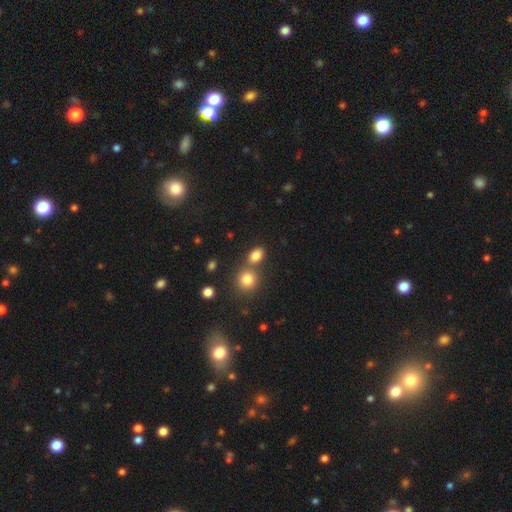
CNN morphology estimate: Smooth or featured? smooth (82%)
How rounded? in between (68%)
Merging? none (59%)